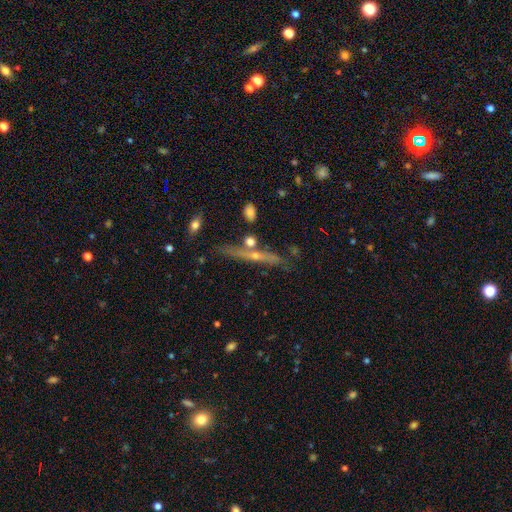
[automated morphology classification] Overall: featured or disk (67%). Edge-on disk: yes (93%). Edge-on bulge: rounded (72%). Merging: none (75%).